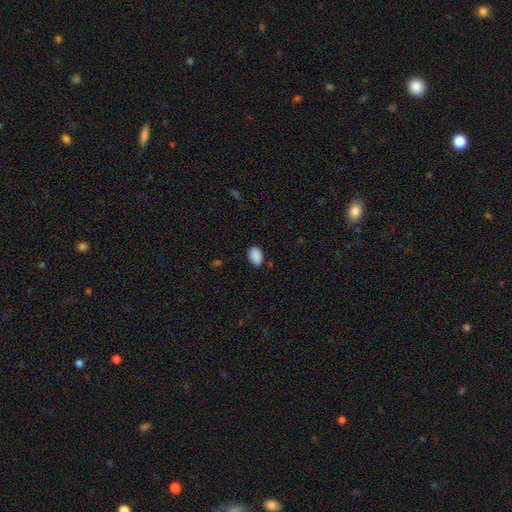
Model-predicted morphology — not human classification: Overall: smooth (90%). How rounded: in between (90%). Merging: none (86%).